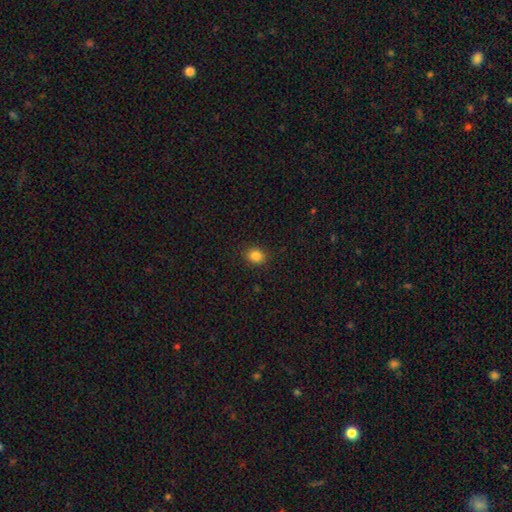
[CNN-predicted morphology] Overall: smooth (85%). How rounded: round (62%; in between 37%). Merging: none (90%).